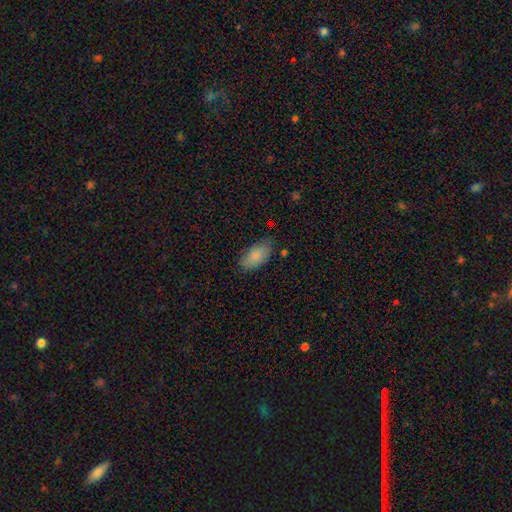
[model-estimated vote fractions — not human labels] smooth 85%, featured or disk 8%, star or artifact 7%. Down the decision tree: how rounded — in between (92%); merging — none (73%).